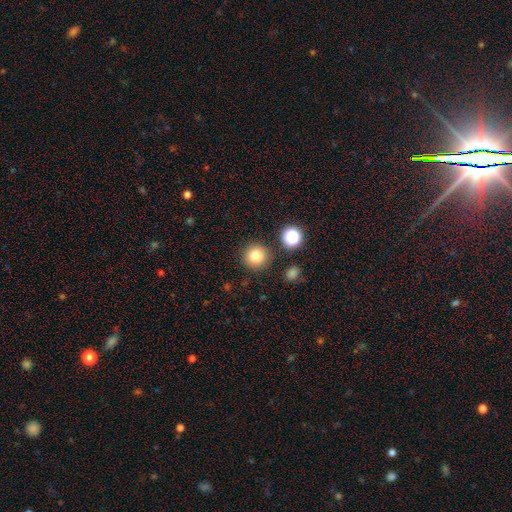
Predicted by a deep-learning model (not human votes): A smooth galaxy with no disk features (81%) that is round (94%).

Vote fractions:
- Smooth or featured? smooth: 81% / star or artifact: 13% / featured or disk: 6%
- How rounded? round: 94% / in between: 5% / cigar-shaped: 1%
- Merging? none: 86% / minor disturbance: 7% / merger: 4% / major disturbance: 3%